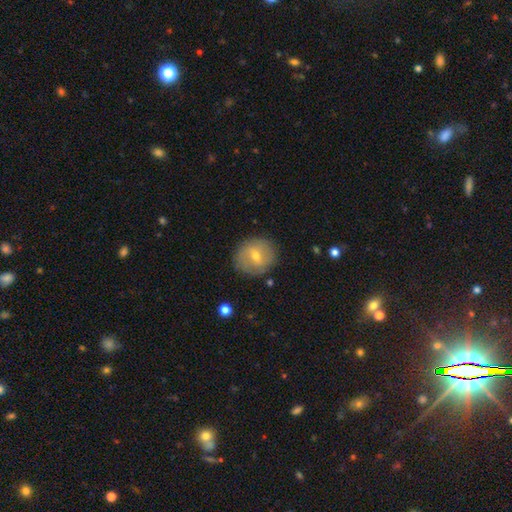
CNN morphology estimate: Smooth or featured?
  - smooth: 48% *
  - featured or disk: 44%
  - star or artifact: 8%
Merging?
  - none: 83% *
  - minor disturbance: 12%
  - major disturbance: 4%
  - merger: 1%